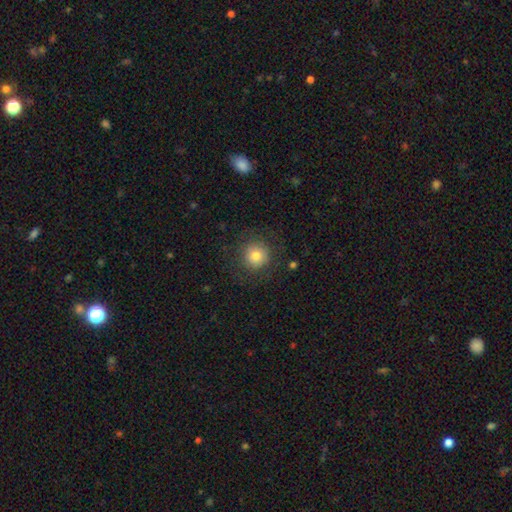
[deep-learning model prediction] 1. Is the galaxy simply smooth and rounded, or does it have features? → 80% smooth, 11% star or artifact, 9% featured or disk.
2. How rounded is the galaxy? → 94% round, 5% in between, 1% cigar-shaped.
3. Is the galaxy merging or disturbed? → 85% none, 9% minor disturbance, 5% major disturbance, 1% merger.